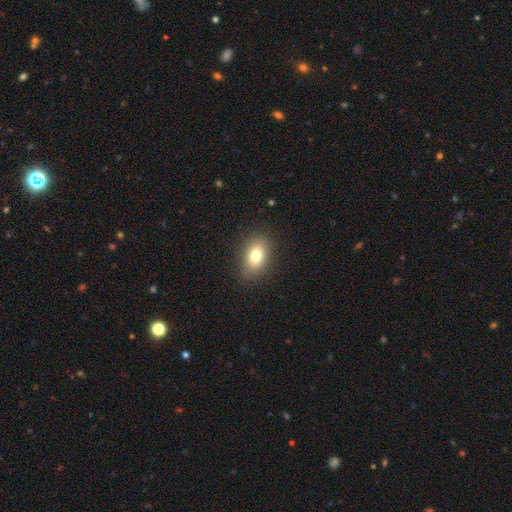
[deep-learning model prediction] smooth-or-featured: smooth: 77% | featured or disk: 12% | star or artifact: 10%
  how-rounded: in between: 81% | round: 16% | cigar-shaped: 2%
  merging: none: 87% | minor disturbance: 9% | major disturbance: 3% | merger: 1%